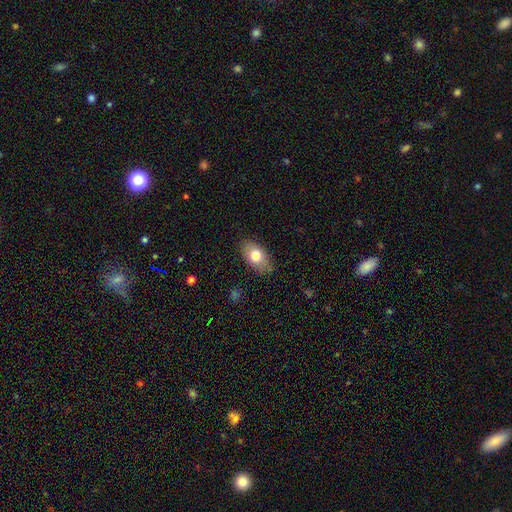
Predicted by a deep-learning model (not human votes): smooth-or-featured: smooth: 76% | featured or disk: 17% | star or artifact: 7%
  how-rounded: in between: 90% | round: 8% | cigar-shaped: 2%
  merging: none: 82% | minor disturbance: 13% | major disturbance: 3% | merger: 1%